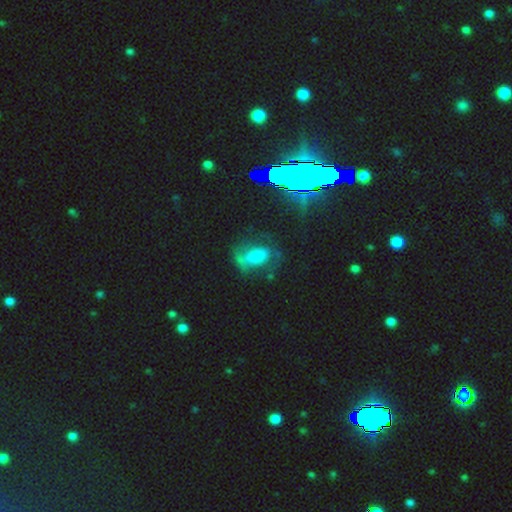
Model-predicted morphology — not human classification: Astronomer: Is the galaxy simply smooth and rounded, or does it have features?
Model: smooth — 41% (runner-up: featured or disk, 36%).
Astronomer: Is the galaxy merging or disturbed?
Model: none — 48% (runner-up: major disturbance, 24%).